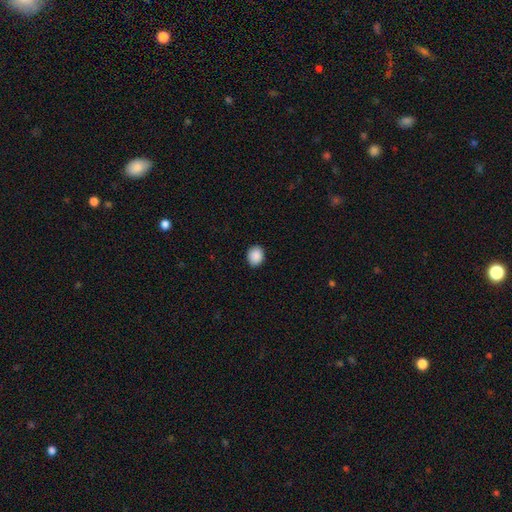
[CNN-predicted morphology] type=smooth (89%); roundness=round (56%); merging=none (88%).